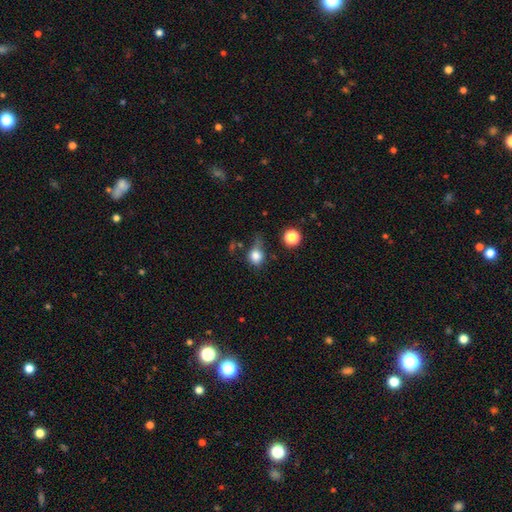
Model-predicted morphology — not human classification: A smooth galaxy with no disk features (78%) that is round (70%). Merging: none (39%).